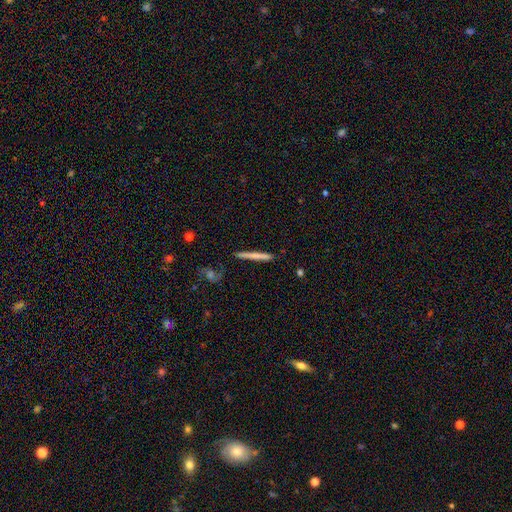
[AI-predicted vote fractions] Overall: smooth (62%; featured or disk 33%). How rounded: cigar-shaped (96%). Merging: none (87%).